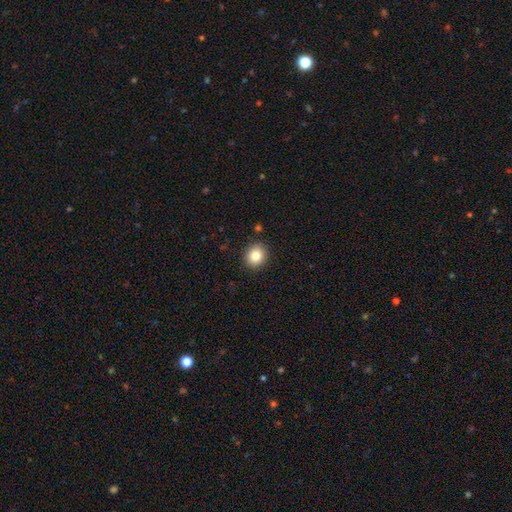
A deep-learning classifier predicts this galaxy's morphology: smooth-or-featured: smooth: 84% | star or artifact: 10% | featured or disk: 7%
  how-rounded: round: 75% | in between: 24% | cigar-shaped: 1%
  merging: none: 89% | minor disturbance: 8% | major disturbance: 2% | merger: 1%